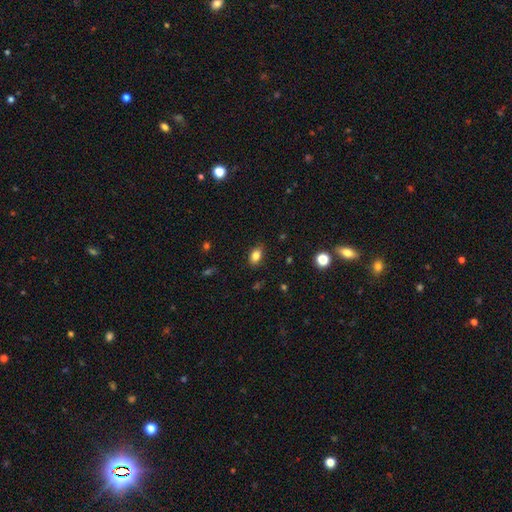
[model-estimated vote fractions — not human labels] This appears to be a smooth galaxy with no disk features (83%) that is in between round and cigar-shaped (85%). Merging: none (85%).